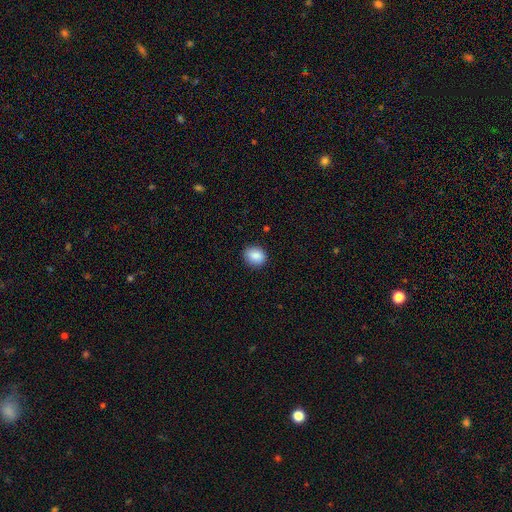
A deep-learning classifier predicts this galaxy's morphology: smooth_or_featured: smooth (p=0.88) [alt: star or artifact p=0.08]
how_rounded: round (p=0.61) [alt: in between p=0.38]
merging: none (p=0.88) [alt: minor disturbance p=0.09]